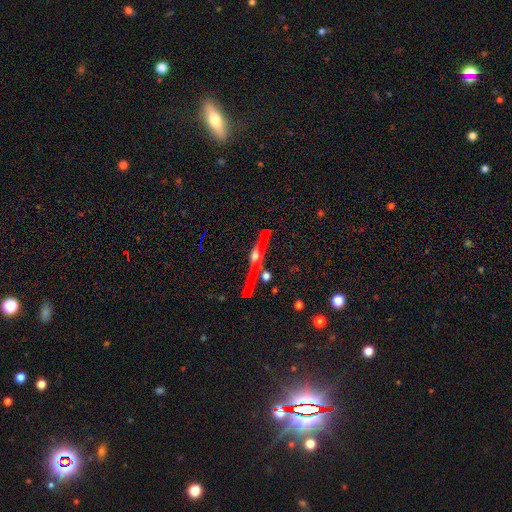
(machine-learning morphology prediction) type=featured or disk (88%); edge-on=yes (98%); edge-on bulge=rounded (94%); merging=none (84%).